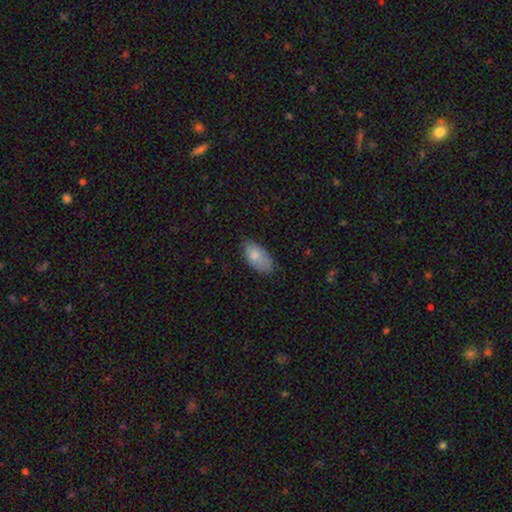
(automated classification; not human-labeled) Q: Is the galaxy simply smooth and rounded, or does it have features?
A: smooth — 82%.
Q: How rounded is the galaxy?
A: in between — 94%.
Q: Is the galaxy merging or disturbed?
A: none — 69%.